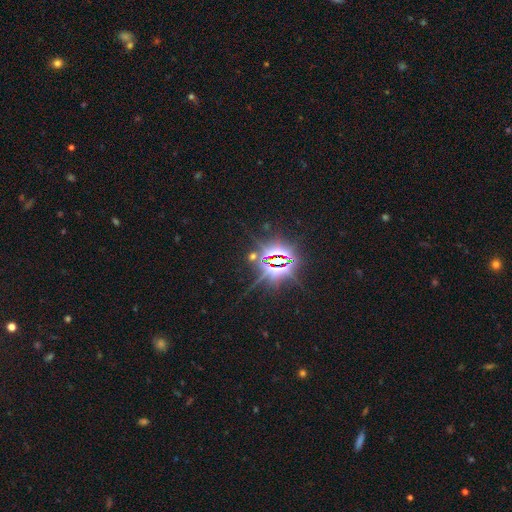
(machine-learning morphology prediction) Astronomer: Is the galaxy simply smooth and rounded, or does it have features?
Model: star or artifact — 85%.